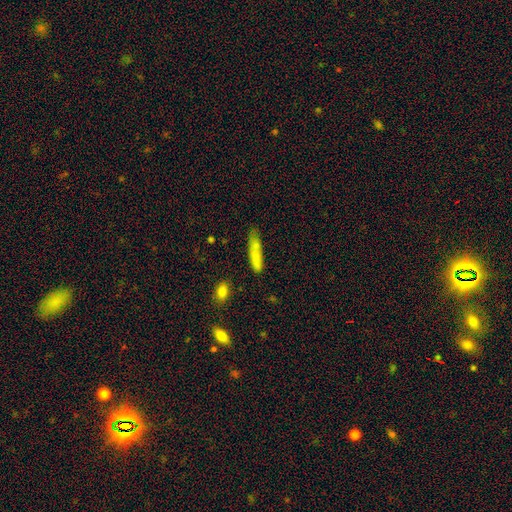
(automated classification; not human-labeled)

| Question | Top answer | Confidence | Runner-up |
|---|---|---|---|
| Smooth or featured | smooth | 76% | featured or disk (15%) |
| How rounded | cigar-shaped | 81% | in between (17%) |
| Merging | none | 57% | minor disturbance (27%) |